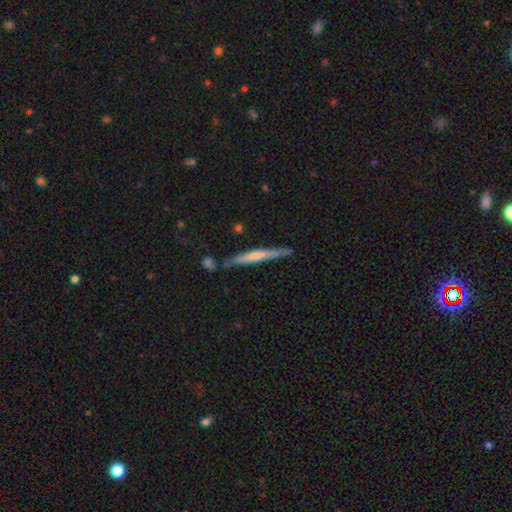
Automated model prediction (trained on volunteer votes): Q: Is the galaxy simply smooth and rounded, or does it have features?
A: featured or disk — 54%.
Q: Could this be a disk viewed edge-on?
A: yes — 95%.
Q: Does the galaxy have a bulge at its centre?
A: rounded — 47%.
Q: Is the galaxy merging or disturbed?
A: none — 79%.